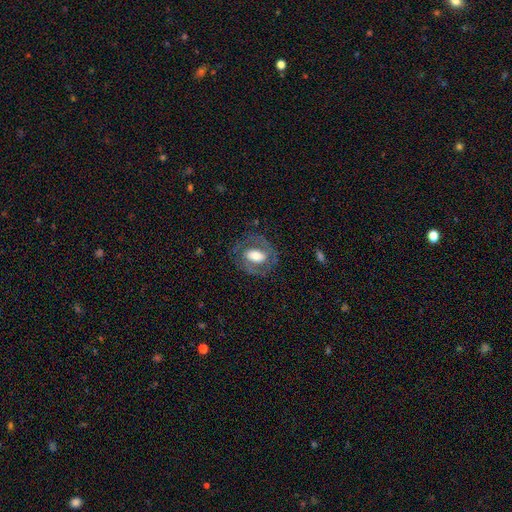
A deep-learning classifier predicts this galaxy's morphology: Smooth or featured: featured or disk — 61% (smooth — 33%)
Edge-on disk: no — 95% (yes — 5%)
Bar: no — 43% (weak — 32%)
Spiral arms: yes — 55% (no — 45%)
Bulge size: moderate — 47% (large — 34%)
Merging: none — 72% (minor disturbance — 16%)